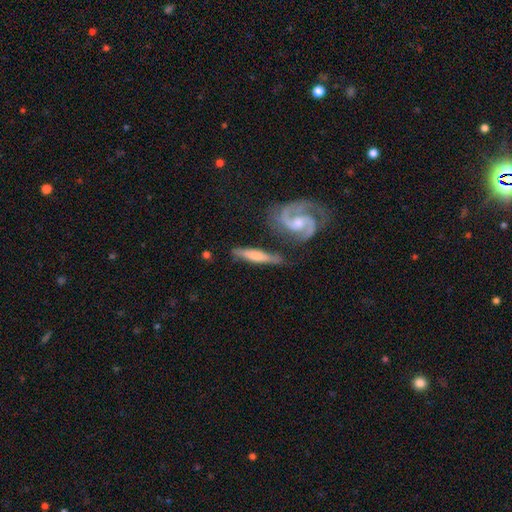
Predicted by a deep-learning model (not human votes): The model was most divided on "smooth or featured": featured or disk: 54%, smooth: 41%, star or artifact: 5%. More confident: edge-on disk — yes (68%); merging — none (66%).